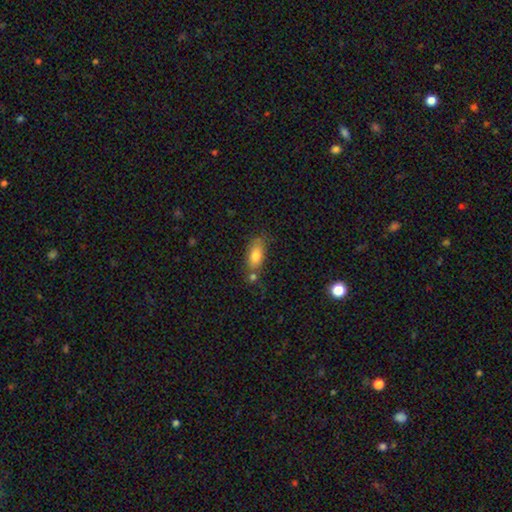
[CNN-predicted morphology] type=smooth (80%); roundness=in between (85%); merging=none (55%).